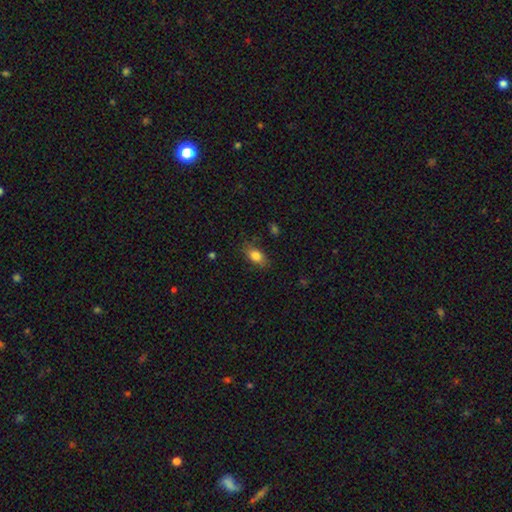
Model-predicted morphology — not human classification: smooth-or-featured: smooth: 82% | featured or disk: 9% | star or artifact: 9%
  how-rounded: in between: 85% | round: 9% | cigar-shaped: 6%
  merging: none: 80% | minor disturbance: 15% | major disturbance: 4% | merger: 1%